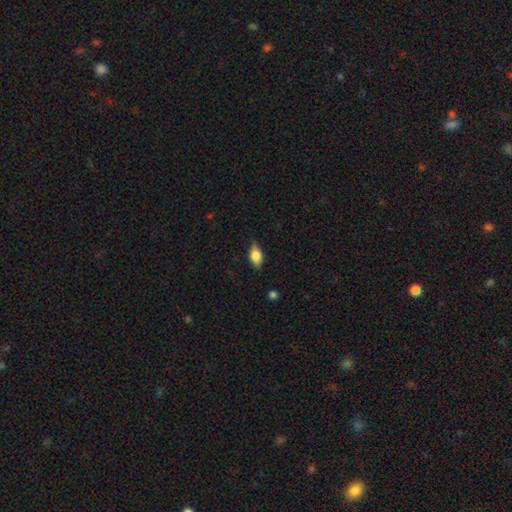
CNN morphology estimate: This appears to be a smooth galaxy with no disk features (64%) that is in between round and cigar-shaped (83%). Merging: none (80%).